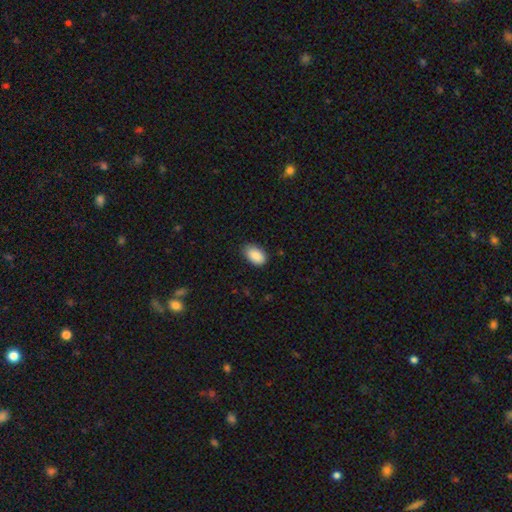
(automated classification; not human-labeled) Smooth or featured? smooth (88%)
How rounded? in between (92%)
Merging? none (82%)